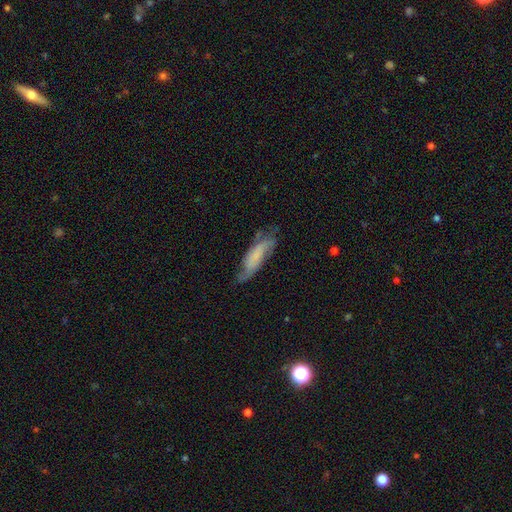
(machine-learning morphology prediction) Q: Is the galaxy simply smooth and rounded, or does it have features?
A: featured or disk — 52%.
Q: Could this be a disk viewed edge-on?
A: no — 77%.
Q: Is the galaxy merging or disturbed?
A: none — 56%.